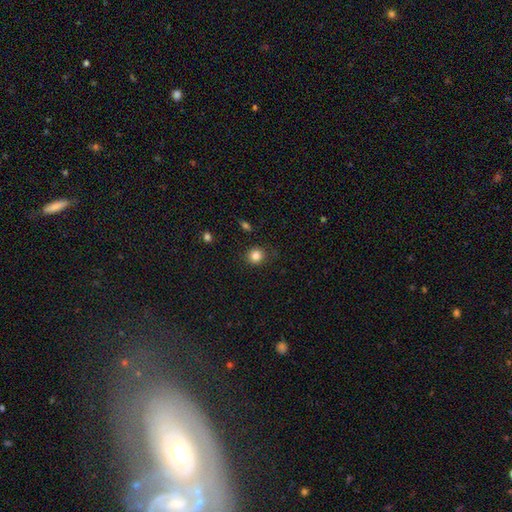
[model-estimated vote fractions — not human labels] A smooth galaxy with no disk features (83%) that is round (88%).

Vote fractions:
- Smooth or featured? smooth: 83% / star or artifact: 11% / featured or disk: 5%
- How rounded? round: 88% / in between: 11% / cigar-shaped: 1%
- Merging? none: 88% / minor disturbance: 8% / major disturbance: 2% / merger: 2%